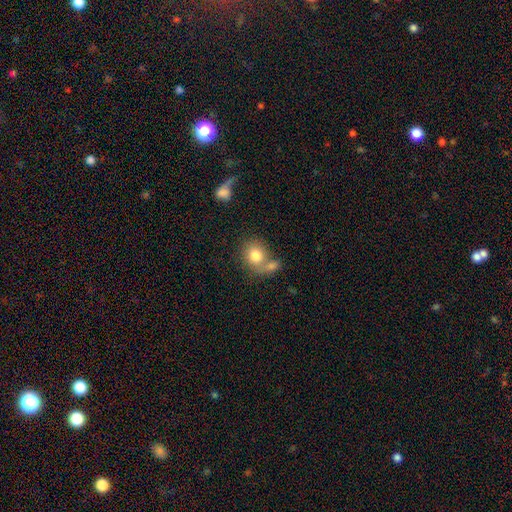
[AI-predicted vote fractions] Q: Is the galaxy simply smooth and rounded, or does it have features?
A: smooth — 79%.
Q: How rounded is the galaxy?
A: round — 72%.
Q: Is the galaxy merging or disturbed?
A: none — 41%, tied with merger.